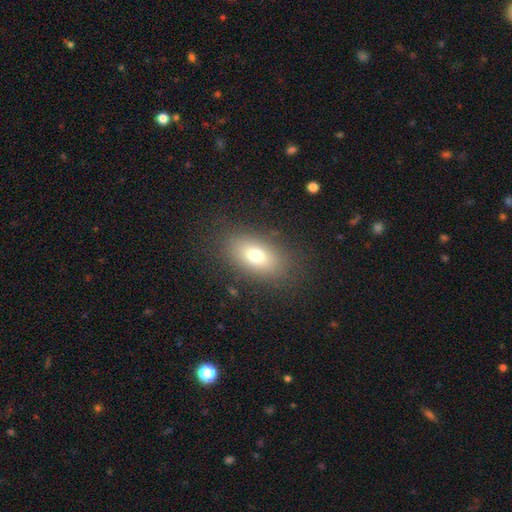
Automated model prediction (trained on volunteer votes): smooth-or-featured: smooth: 73% | featured or disk: 15% | star or artifact: 11%
  how-rounded: in between: 86% | round: 10% | cigar-shaped: 3%
  merging: none: 83% | minor disturbance: 10% | major disturbance: 5% | merger: 1%